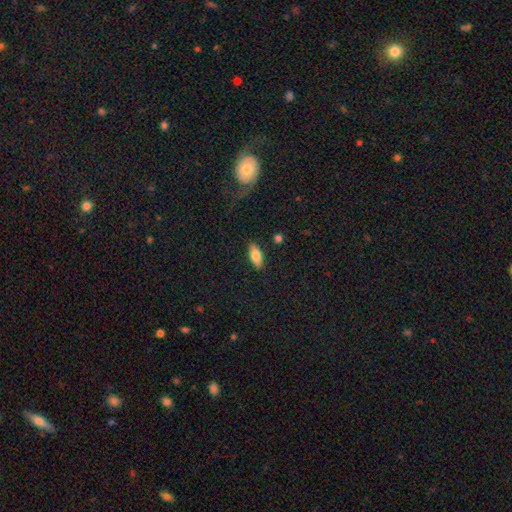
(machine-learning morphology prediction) This is likely a smooth galaxy (72%). How rounded: likely in between (79%). Merging: clearly none (86%).